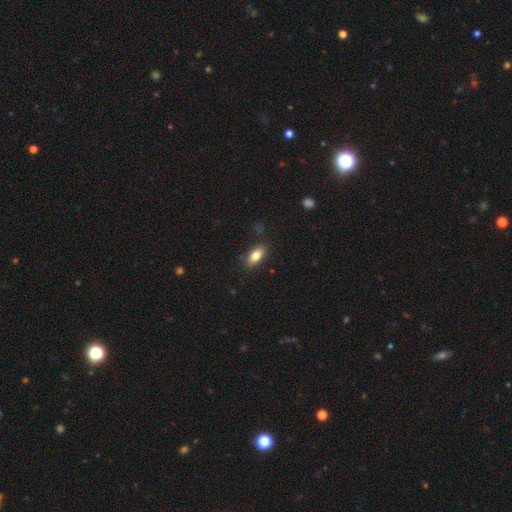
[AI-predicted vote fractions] A smooth galaxy with no disk features (80%) that is in between round and cigar-shaped (86%). Merging: none (85%).